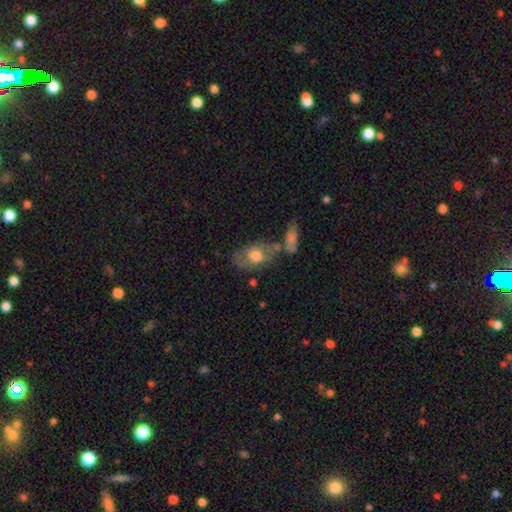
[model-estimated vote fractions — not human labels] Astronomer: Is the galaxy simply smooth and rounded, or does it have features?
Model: smooth — 52% (runner-up: featured or disk, 41%).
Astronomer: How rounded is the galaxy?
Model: in between — 83%.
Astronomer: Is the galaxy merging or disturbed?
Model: none — 58%.